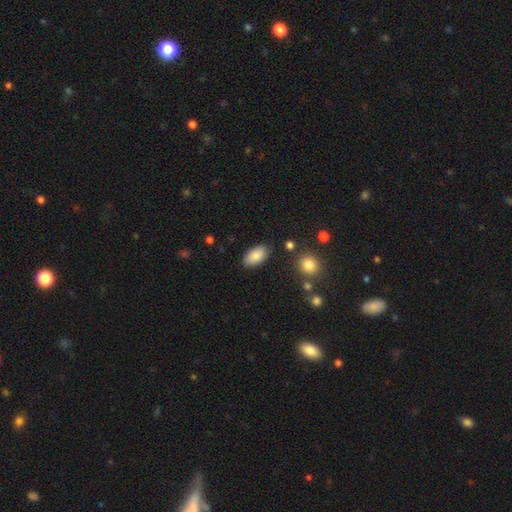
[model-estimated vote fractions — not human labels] Q: Smooth or featured?
A: smooth (86%); runner-up: featured or disk (7%)
Q: How rounded?
A: in between (94%); runner-up: round (4%)
Q: Merging?
A: none (85%); runner-up: minor disturbance (10%)